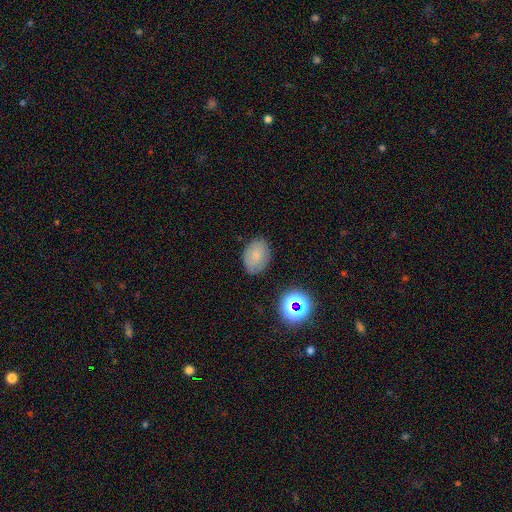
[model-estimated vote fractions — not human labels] A smooth galaxy with no disk features (73%) that is in between round and cigar-shaped (75%). Merging: none (80%).